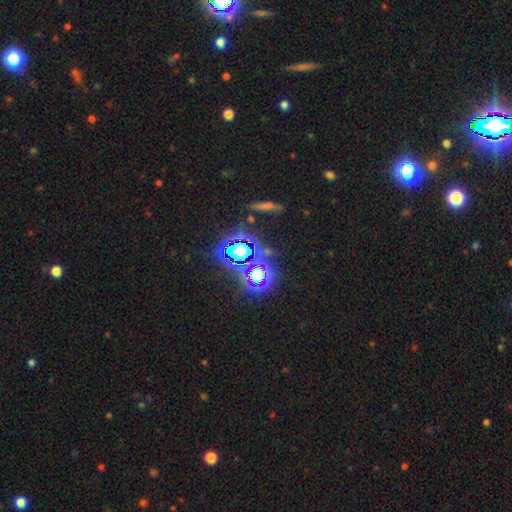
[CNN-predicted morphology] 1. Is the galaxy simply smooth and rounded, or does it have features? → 79% star or artifact, 14% smooth, 8% featured or disk.